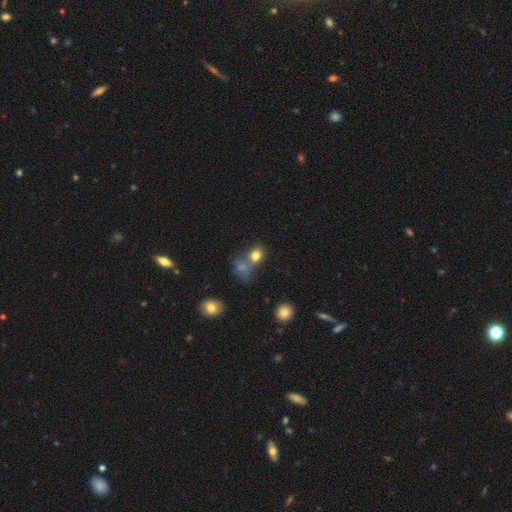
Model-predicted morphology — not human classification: Smooth or featured: smooth — 78% (star or artifact — 12%)
How rounded: round — 55% (in between — 43%)
Merging: none — 43% (merger — 40%)